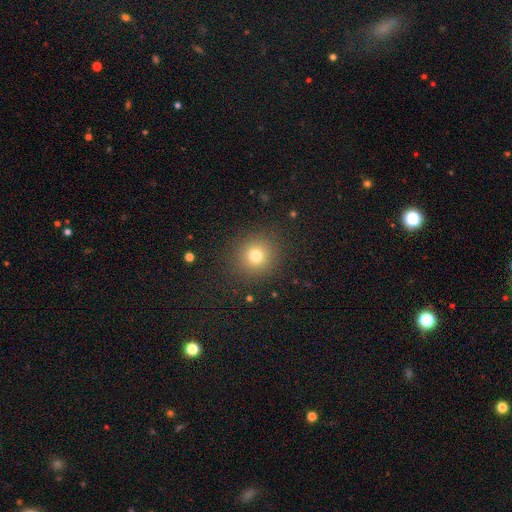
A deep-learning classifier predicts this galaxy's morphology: smooth_or_featured: smooth (p=0.75) [alt: star or artifact p=0.15]
how_rounded: round (p=0.91) [alt: in between p=0.08]
merging: none (p=0.89) [alt: minor disturbance p=0.07]